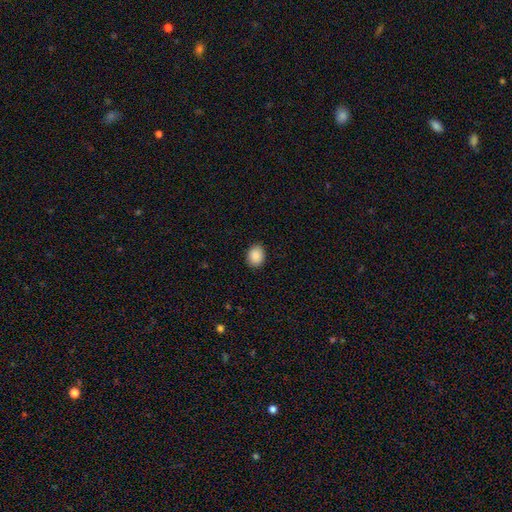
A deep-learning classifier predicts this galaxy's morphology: Smooth or featured? Predicted: smooth (p=0.90). How rounded? Predicted: in between (p=0.50). Merging? Predicted: none (p=0.89).